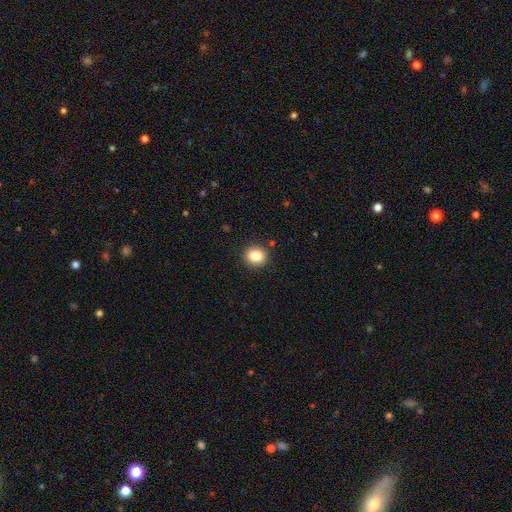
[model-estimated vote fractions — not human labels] Smooth or featured? smooth (85%)
How rounded? round (81%)
Merging? none (90%)